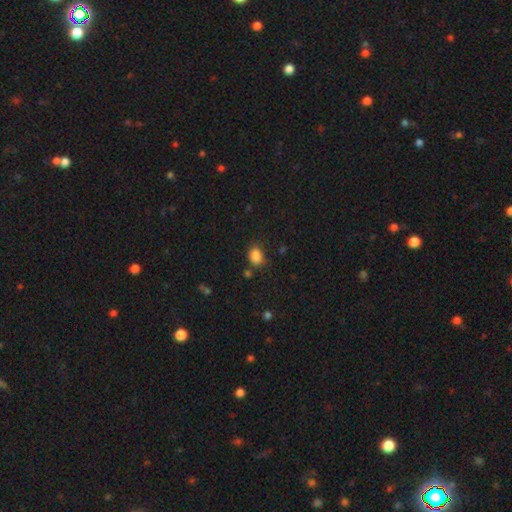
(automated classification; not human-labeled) smooth 85%, star or artifact 11%, featured or disk 4%. Down the decision tree: how rounded — in between (66%); merging — none (72%).